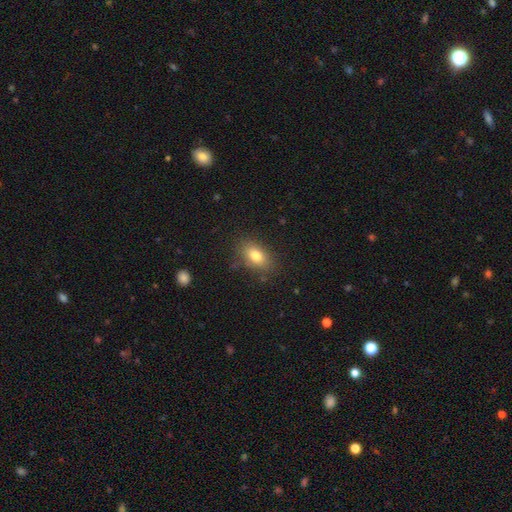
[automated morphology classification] Q: Smooth or featured?
A: smooth (79%); runner-up: featured or disk (12%)
Q: How rounded?
A: in between (85%); runner-up: round (12%)
Q: Merging?
A: none (81%); runner-up: minor disturbance (13%)